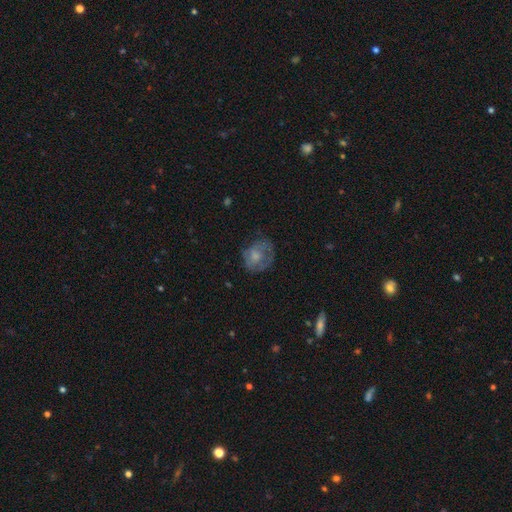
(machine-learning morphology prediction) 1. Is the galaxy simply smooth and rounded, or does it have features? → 49% smooth, 42% featured or disk, 9% star or artifact.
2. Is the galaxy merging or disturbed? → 53% none, 26% minor disturbance, 20% major disturbance, 2% merger.